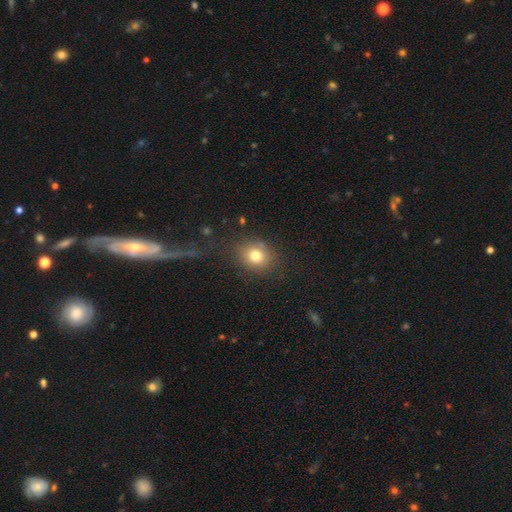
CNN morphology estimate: This is likely a smooth galaxy (78%). How rounded: likely round (61%). Merging: likely none (74%).